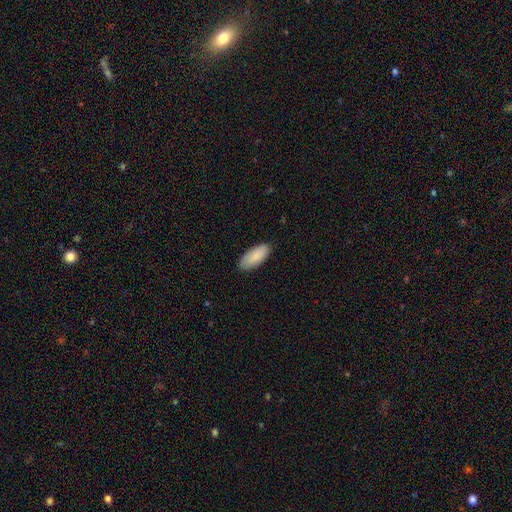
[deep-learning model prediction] This appears to be a smooth galaxy with no disk features (89%) that is in between round and cigar-shaped (86%). Merging: none (86%).